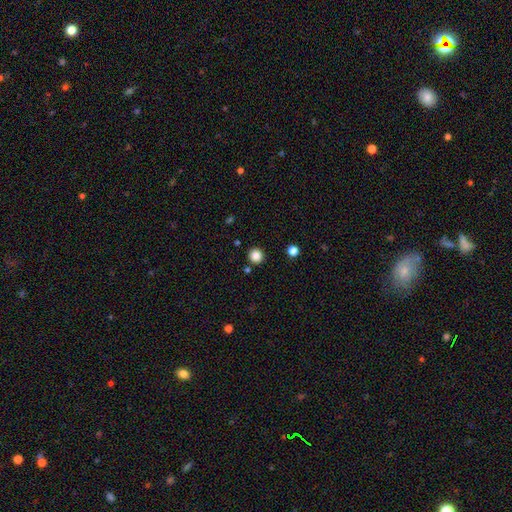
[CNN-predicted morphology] smooth-or-featured: smooth: 85% | star or artifact: 11% | featured or disk: 4%
  how-rounded: round: 95% | in between: 4% | cigar-shaped: 1%
  merging: none: 90% | minor disturbance: 5% | merger: 3% | major disturbance: 2%